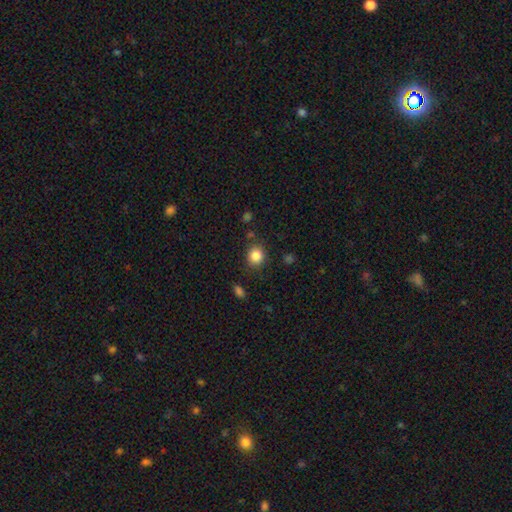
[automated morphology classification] This appears to be a smooth galaxy with no disk features (85%) that is round (78%). Merging: none (83%).